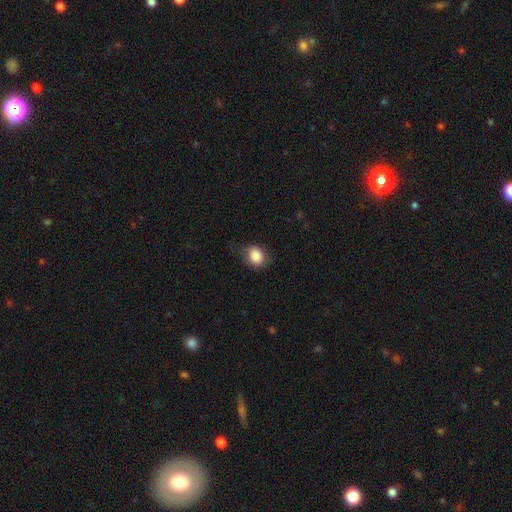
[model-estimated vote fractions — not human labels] A smooth galaxy with no disk features (86%) that is in between round and cigar-shaped (55%). Merging: none (69%).